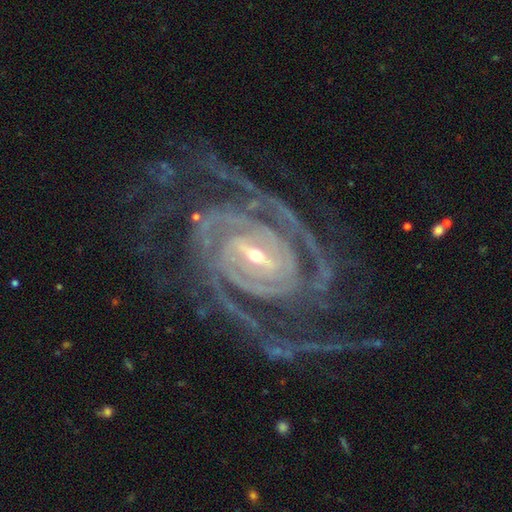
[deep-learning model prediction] This appears to be a featured or disk galaxy (93%) with a strong bar (44%), 2 (39%) tight (71%) spiral arms (99%) and a small central bulge (69%). Merging: none (69%).